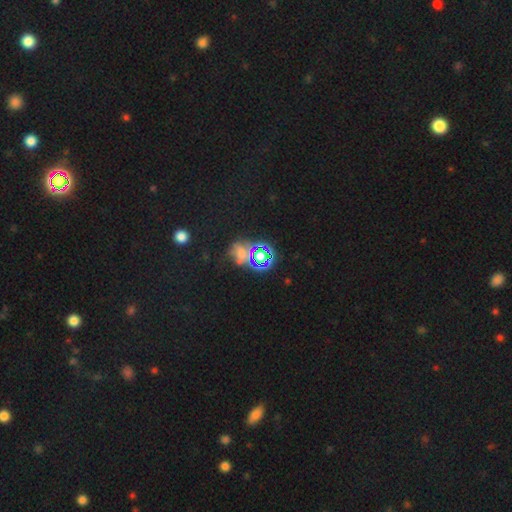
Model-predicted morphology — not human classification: star or artifact 66%, smooth 22%, featured or disk 12%.